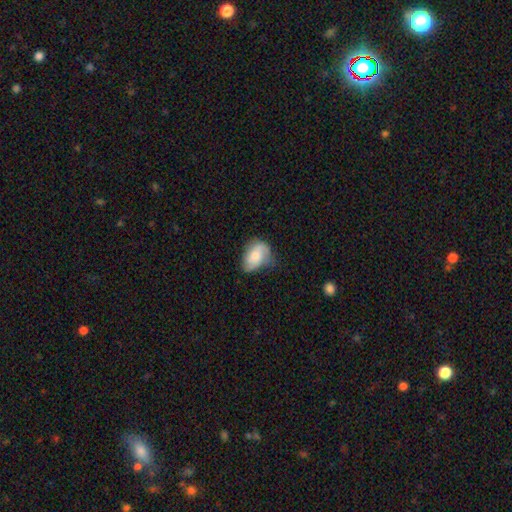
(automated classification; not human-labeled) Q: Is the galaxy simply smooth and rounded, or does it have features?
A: smooth — 53%.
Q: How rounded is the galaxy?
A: in between — 82%.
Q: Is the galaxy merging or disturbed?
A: none — 46%.